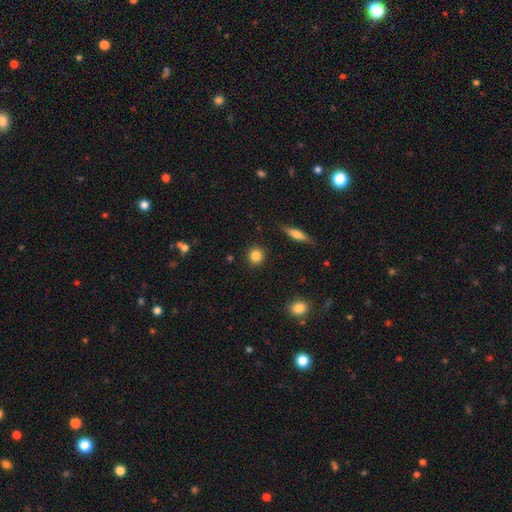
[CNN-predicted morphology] type=smooth (84%); roundness=round (91%); merging=none (91%).